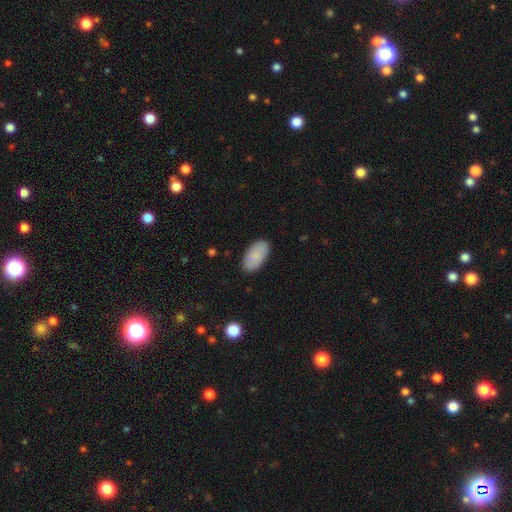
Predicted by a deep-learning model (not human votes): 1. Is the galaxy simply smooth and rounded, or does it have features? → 86% smooth, 8% featured or disk, 6% star or artifact.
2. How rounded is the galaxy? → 95% in between, 3% cigar-shaped, 2% round.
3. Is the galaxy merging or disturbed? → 86% none, 11% minor disturbance, 2% major disturbance, 1% merger.